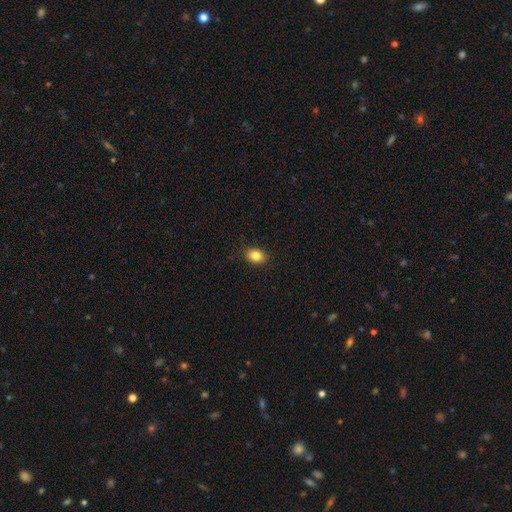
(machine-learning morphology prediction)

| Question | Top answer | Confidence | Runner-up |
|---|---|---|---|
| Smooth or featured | smooth | 84% | star or artifact (10%) |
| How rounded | in between | 66% | round (33%) |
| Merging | none | 89% | minor disturbance (8%) |